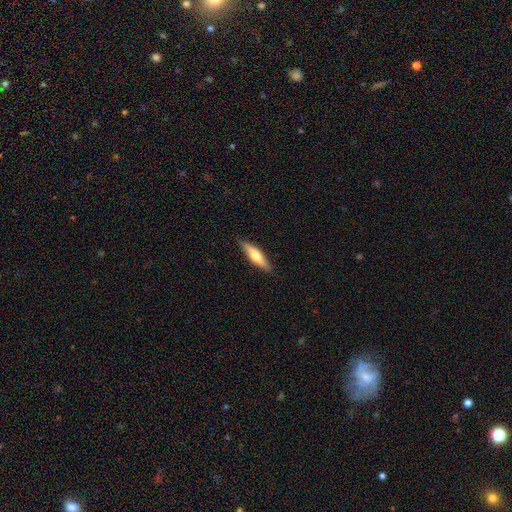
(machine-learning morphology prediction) smooth_or_featured: smooth (p=0.50) [alt: featured or disk p=0.44]
how_rounded: cigar-shaped (p=0.68) [alt: in between p=0.30]
merging: none (p=0.87) [alt: minor disturbance p=0.10]